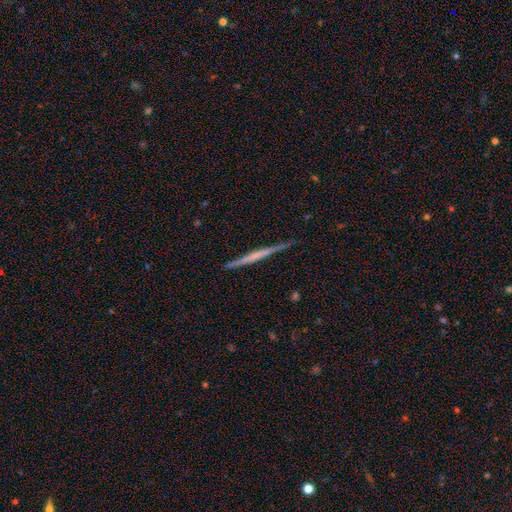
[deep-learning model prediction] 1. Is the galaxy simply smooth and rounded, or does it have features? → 61% featured or disk, 34% smooth, 6% star or artifact.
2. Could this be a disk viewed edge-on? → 98% yes, 2% no.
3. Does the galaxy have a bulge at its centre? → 78% none, 13% rounded, 9% boxy.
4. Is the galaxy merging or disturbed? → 89% none, 8% minor disturbance, 2% major disturbance, 1% merger.